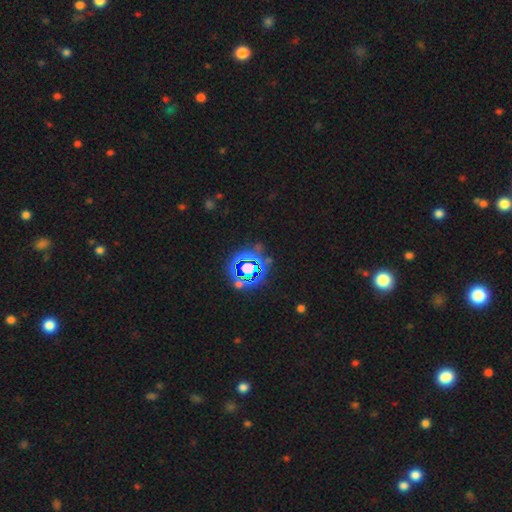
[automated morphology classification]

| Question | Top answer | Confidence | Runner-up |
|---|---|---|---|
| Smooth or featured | star or artifact | 78% | smooth (15%) |